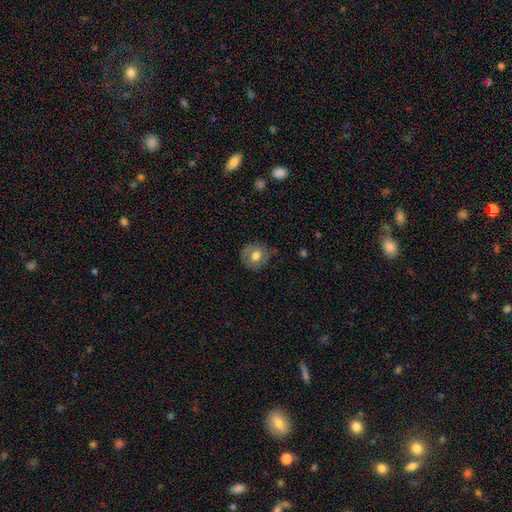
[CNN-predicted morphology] smooth 68%, featured or disk 23%, star or artifact 8%. Down the decision tree: how rounded — round (79%); merging — none (69%).